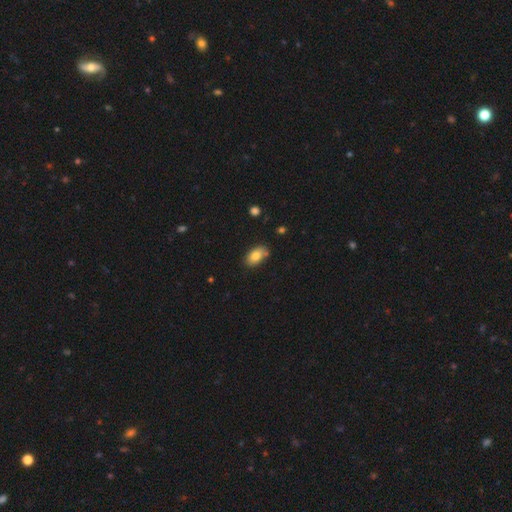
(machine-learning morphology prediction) A smooth galaxy with no disk features (82%) that is in between round and cigar-shaped (90%).

Vote fractions:
- Smooth or featured? smooth: 82% / featured or disk: 10% / star or artifact: 8%
- How rounded? in between: 90% / round: 8% / cigar-shaped: 2%
- Merging? none: 72% / minor disturbance: 18% / merger: 6% / major disturbance: 3%